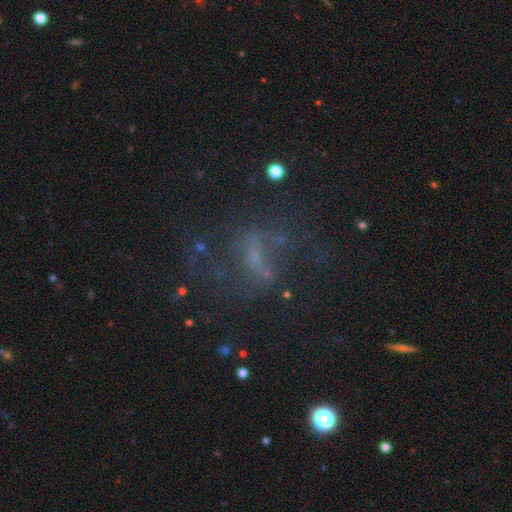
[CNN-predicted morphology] featured or disk 47%, star or artifact 28%, smooth 24%. Down the decision tree: merging — none (47%).